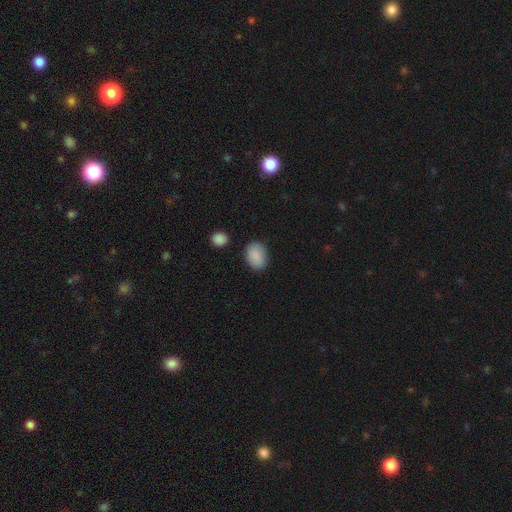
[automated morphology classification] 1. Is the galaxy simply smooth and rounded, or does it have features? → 89% smooth, 7% star or artifact, 4% featured or disk.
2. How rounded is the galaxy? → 73% in between, 26% round, 1% cigar-shaped.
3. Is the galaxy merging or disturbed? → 82% none, 13% minor disturbance, 3% major disturbance, 3% merger.